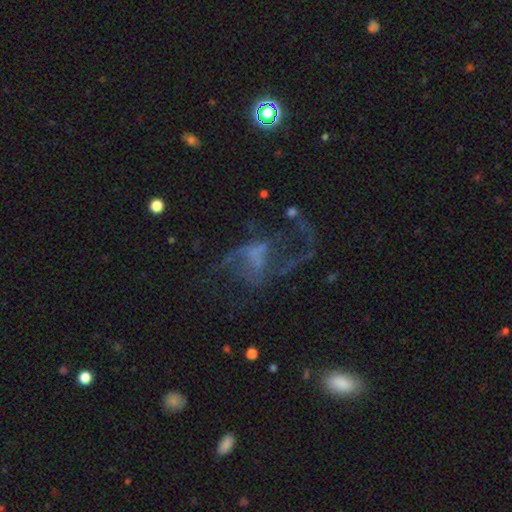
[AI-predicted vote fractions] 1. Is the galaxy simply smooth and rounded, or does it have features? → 68% featured or disk, 17% star or artifact, 14% smooth.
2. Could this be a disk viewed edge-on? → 97% no, 3% yes.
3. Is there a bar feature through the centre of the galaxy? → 56% no, 32% weak, 12% strong.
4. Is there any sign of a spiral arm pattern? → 66% yes, 34% no.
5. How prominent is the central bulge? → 59% none, 22% small, 13% moderate, 4% large, 2% dominant.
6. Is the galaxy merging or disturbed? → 44% major disturbance, 37% none, 13% minor disturbance, 6% merger.